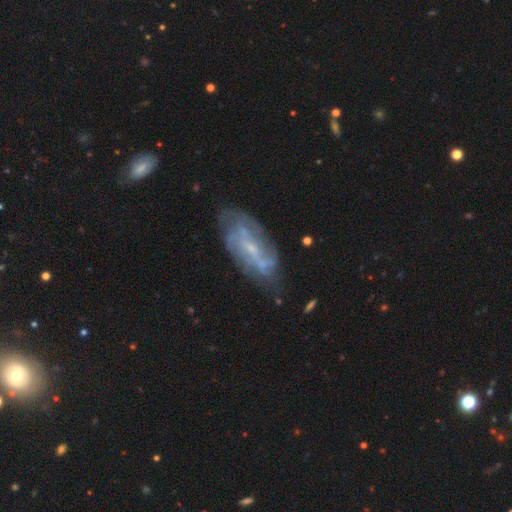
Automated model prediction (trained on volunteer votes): This appears to be a featured or disk galaxy (72%) with a weak bar (44%), tight (42%) spiral arms (81%) and a small central bulge (69%). Merging: none (70%).